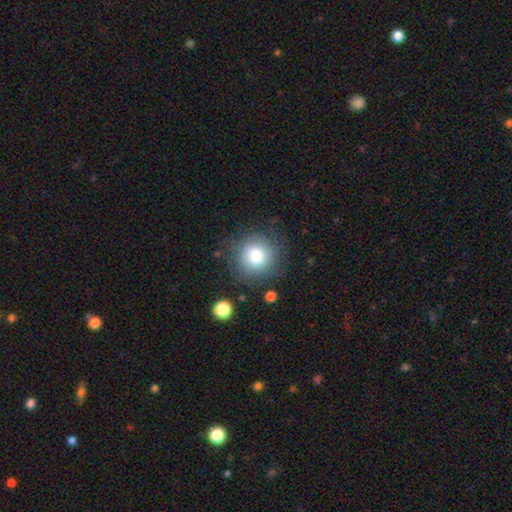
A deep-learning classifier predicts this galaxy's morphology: A smooth galaxy with no disk features (78%) that is round (92%).

Vote fractions:
- Smooth or featured? smooth: 78% / featured or disk: 12% / star or artifact: 9%
- How rounded? round: 92% / in between: 7% / cigar-shaped: 1%
- Merging? none: 78% / minor disturbance: 13% / major disturbance: 6% / merger: 2%